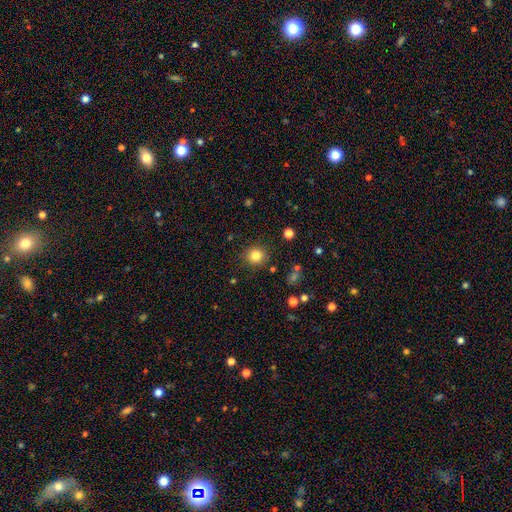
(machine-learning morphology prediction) The model was most divided on "smooth or featured": smooth: 82%, star or artifact: 12%, featured or disk: 6%. More confident: how rounded — round (91%); merging — none (87%).